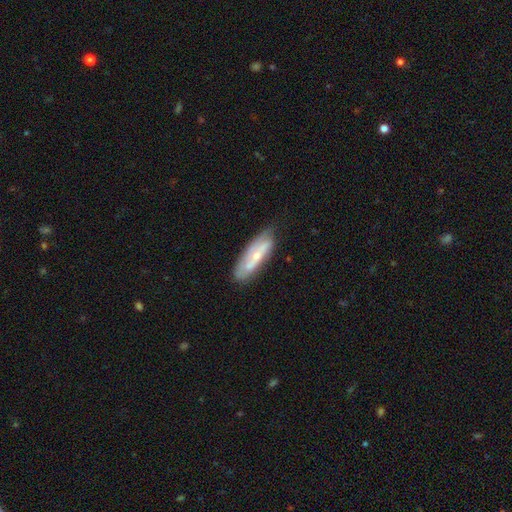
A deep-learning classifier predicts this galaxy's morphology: A featured or disk galaxy (61%).

Vote fractions:
- Smooth or featured? featured or disk: 61% / smooth: 33% / star or artifact: 6%
- Edge-on disk? no: 74% / yes: 26%
- Merging? none: 62% / minor disturbance: 25% / major disturbance: 7% / merger: 5%